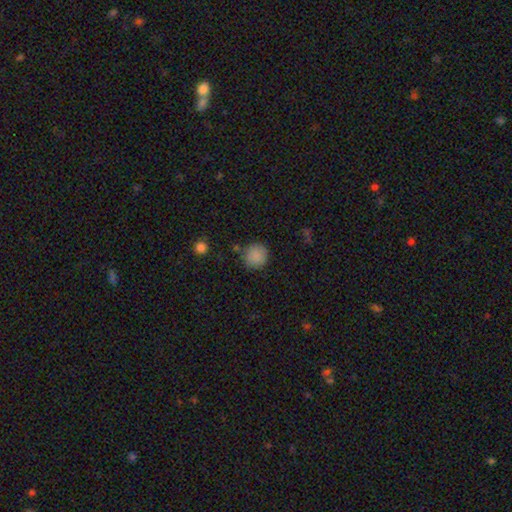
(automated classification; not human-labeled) Smooth or featured? Predicted: smooth (p=0.87). How rounded? Predicted: round (p=0.93). Merging? Predicted: none (p=0.81).